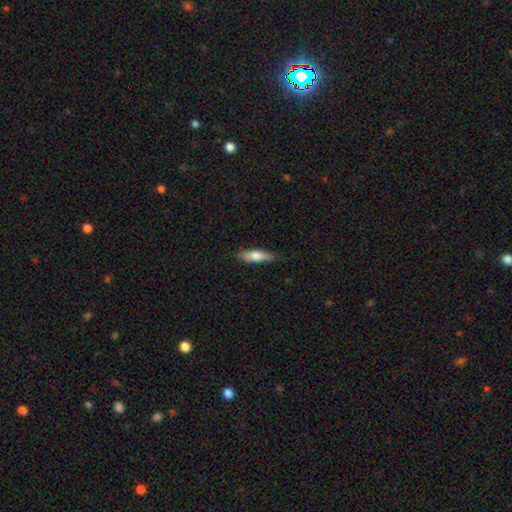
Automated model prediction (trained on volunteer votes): Morphology: type=smooth (68%); roundness=cigar-shaped (55%); merging=none (83%).